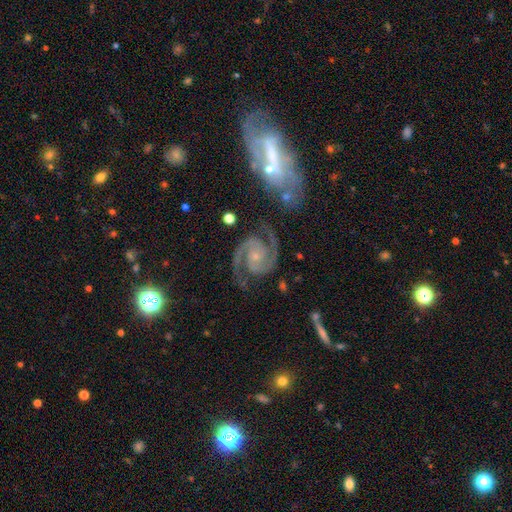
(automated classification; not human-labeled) Smooth or featured? Predicted: featured or disk (p=0.93). Edge-on disk? Predicted: no (p=0.98). Bar? Predicted: no (p=0.66). Spiral arms? Predicted: yes (p=0.99). Spiral winding? Predicted: medium (p=0.53). Spiral arm count? Predicted: 2 (p=0.93). Bulge size? Predicted: small (p=0.72). Merging? Predicted: none (p=0.76).